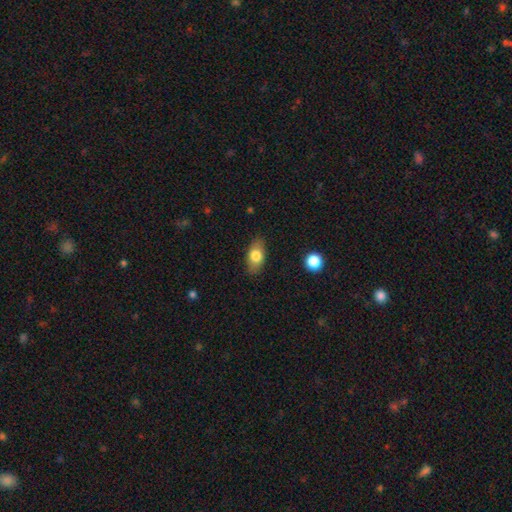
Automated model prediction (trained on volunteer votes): This appears to be a smooth galaxy with no disk features (76%) that is in between round and cigar-shaped (88%). Merging: none (85%).